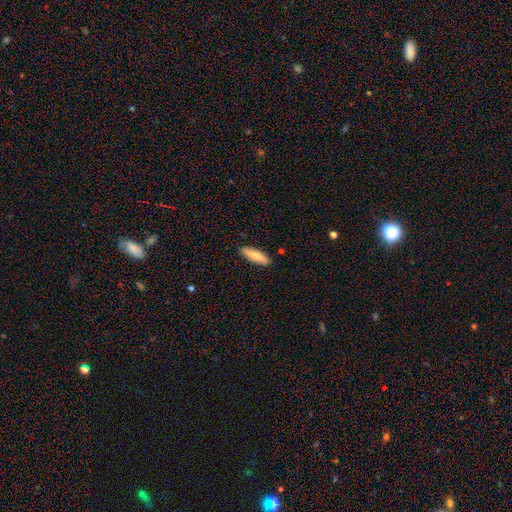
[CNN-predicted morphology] smooth_or_featured: smooth (p=0.79) [alt: featured or disk p=0.16]
how_rounded: cigar-shaped (p=0.64) [alt: in between p=0.34]
merging: none (p=0.87) [alt: minor disturbance p=0.10]